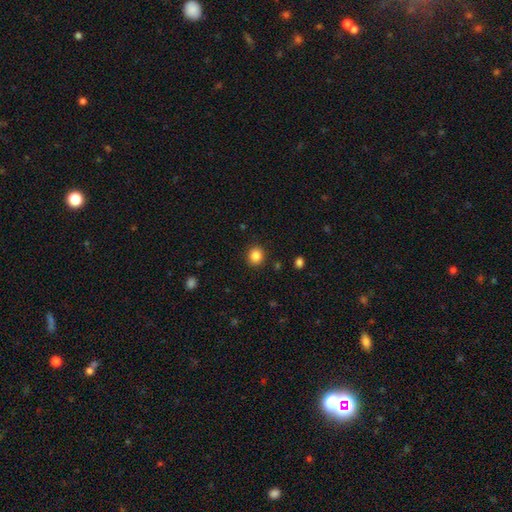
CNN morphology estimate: smooth_or_featured: smooth (p=0.85) [alt: star or artifact p=0.10]
how_rounded: round (p=0.80) [alt: in between p=0.19]
merging: none (p=0.90) [alt: minor disturbance p=0.07]